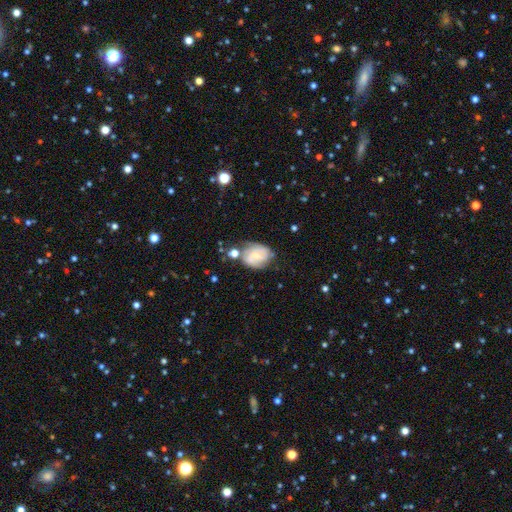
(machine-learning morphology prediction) Smooth or featured? featured or disk (54%)
Edge-on disk? no (97%)
Bar? no (57%)
Spiral arms? yes (80%)
Bulge size? small (61%)
Merging? none (52%)